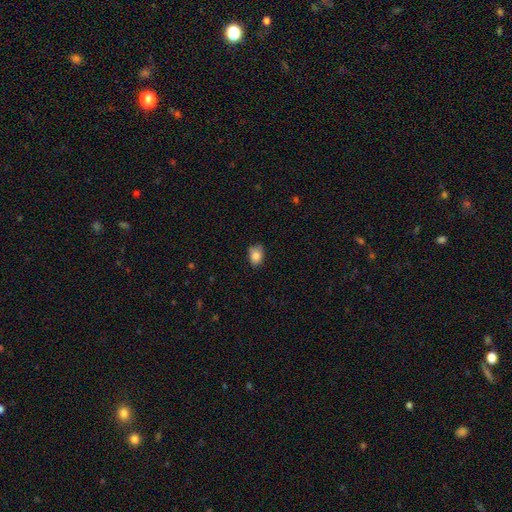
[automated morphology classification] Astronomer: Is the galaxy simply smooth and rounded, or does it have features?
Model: smooth — 85%.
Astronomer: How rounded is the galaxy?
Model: in between — 75%.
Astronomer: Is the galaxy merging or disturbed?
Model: none — 72%.